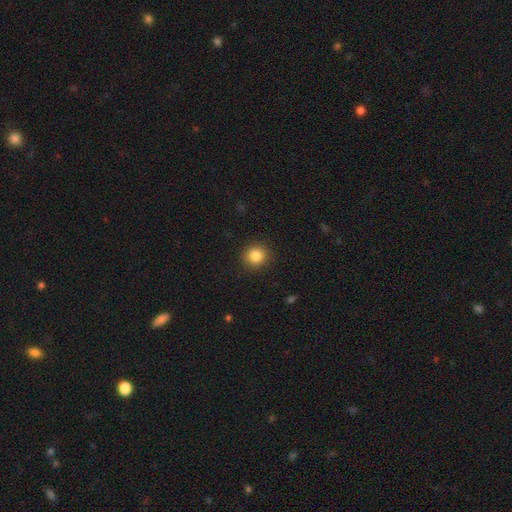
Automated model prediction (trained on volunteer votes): Smooth or featured? smooth (85%)
How rounded? round (90%)
Merging? none (90%)